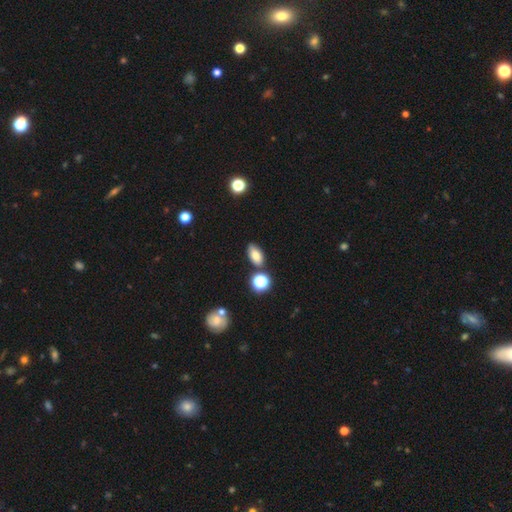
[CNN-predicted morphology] Smooth or featured? smooth (76%)
How rounded? in between (86%)
Merging? none (77%)